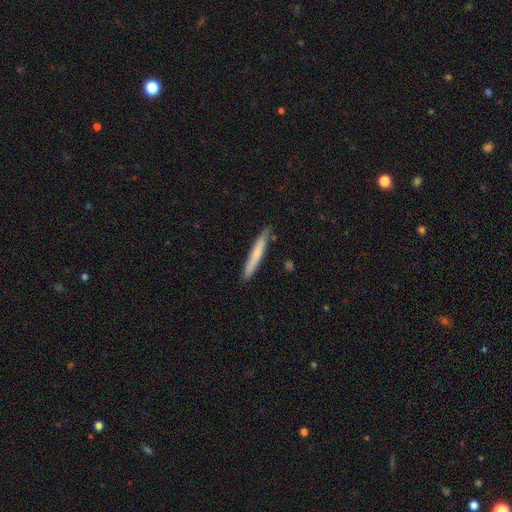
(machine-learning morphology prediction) Smooth or featured?
  - smooth: 67% *
  - featured or disk: 28%
  - star or artifact: 5%
How rounded?
  - cigar-shaped: 96% *
  - in between: 3%
  - round: 1%
Merging?
  - none: 85% *
  - minor disturbance: 12%
  - major disturbance: 2%
  - merger: 2%